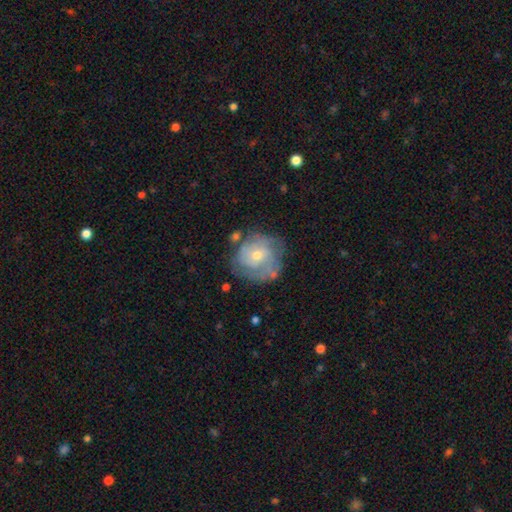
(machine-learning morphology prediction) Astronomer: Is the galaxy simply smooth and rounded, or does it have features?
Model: featured or disk — 69%.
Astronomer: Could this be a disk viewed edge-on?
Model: no — 97%.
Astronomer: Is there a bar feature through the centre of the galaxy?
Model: no — 70%.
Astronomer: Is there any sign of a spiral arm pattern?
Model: yes — 80%.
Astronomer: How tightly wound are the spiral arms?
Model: tight — 60%.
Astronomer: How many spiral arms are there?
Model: can't tell — 42% (runner-up: 2, 30%).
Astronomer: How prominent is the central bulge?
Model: small — 53% (runner-up: moderate, 44%).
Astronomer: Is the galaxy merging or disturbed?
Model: none — 65%.